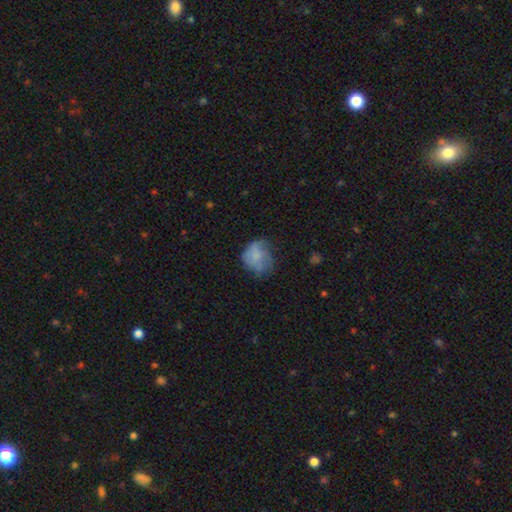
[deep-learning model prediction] Smooth or featured: smooth — 60% (featured or disk — 30%)
How rounded: round — 64% (in between — 35%)
Merging: none — 46% (minor disturbance — 30%)